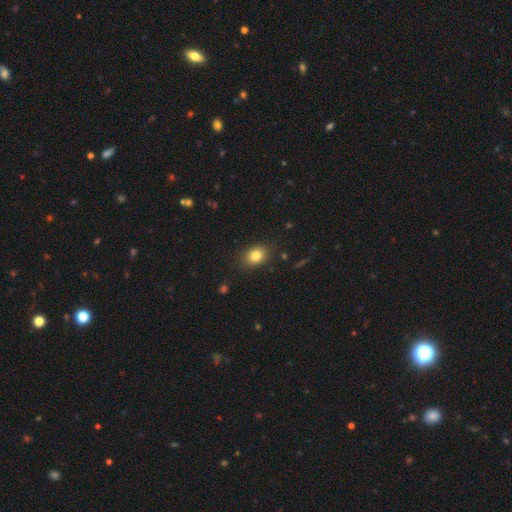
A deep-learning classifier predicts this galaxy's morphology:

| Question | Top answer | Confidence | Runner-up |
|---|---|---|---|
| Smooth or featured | smooth | 81% | star or artifact (11%) |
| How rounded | in between | 62% | round (37%) |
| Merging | none | 86% | minor disturbance (10%) |